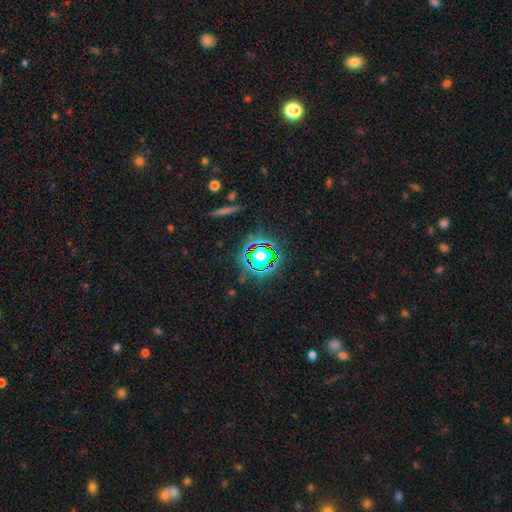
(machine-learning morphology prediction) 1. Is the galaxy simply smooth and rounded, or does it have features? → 62% star or artifact, 24% smooth, 14% featured or disk.